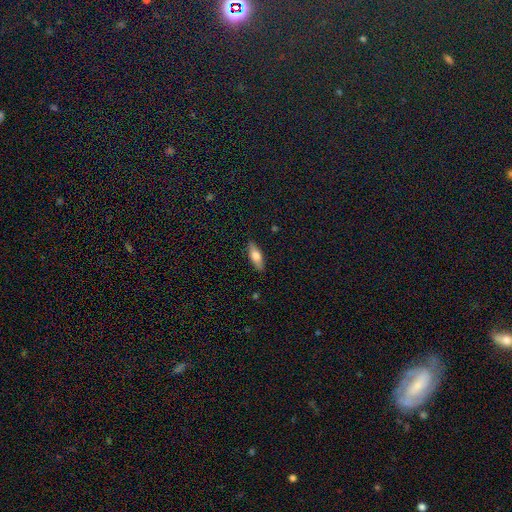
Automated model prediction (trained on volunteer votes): A smooth galaxy with no disk features (71%) that is in between round and cigar-shaped (61%). Merging: none (88%).